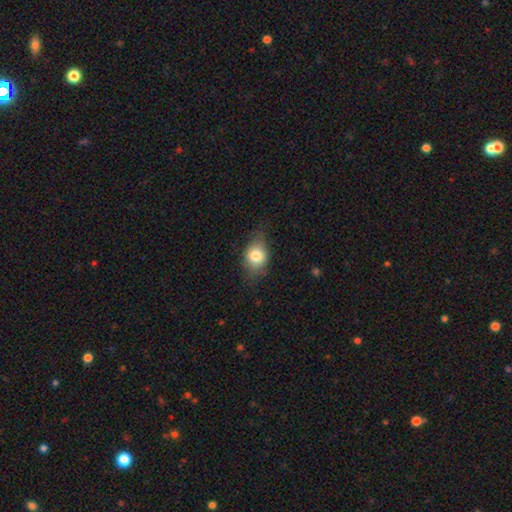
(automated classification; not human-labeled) Morphology: type=smooth (76%); roundness=in between (59%); merging=none (69%).